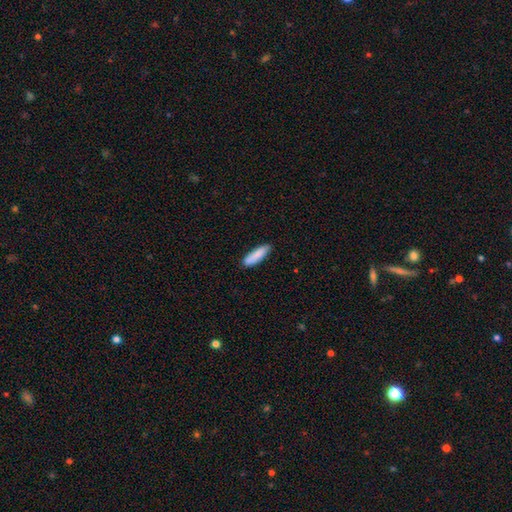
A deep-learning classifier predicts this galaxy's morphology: The model was most divided on "how rounded": cigar-shaped: 63%, in between: 36%, round: 1%. More confident: smooth or featured — smooth (86%); merging — none (82%).